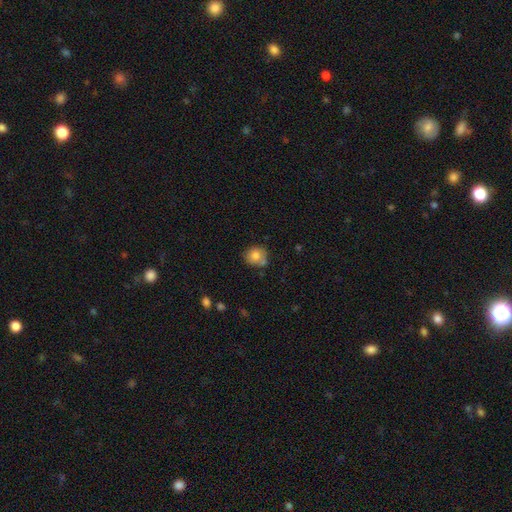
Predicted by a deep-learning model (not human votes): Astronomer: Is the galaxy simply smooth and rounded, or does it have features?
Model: smooth — 80%.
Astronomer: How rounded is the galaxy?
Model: round — 79%.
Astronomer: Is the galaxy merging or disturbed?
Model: none — 62%.